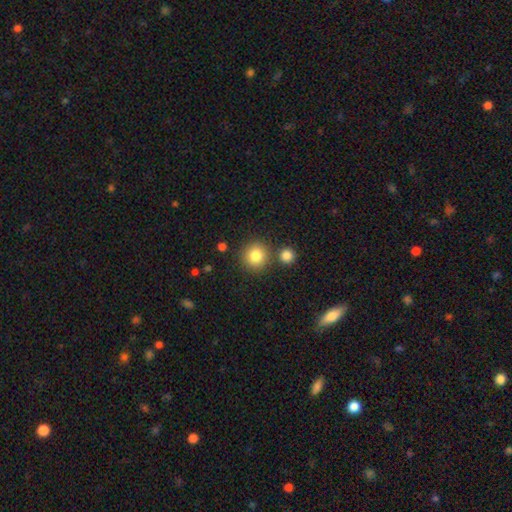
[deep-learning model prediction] Smooth or featured? smooth (83%)
How rounded? round (91%)
Merging? none (80%)